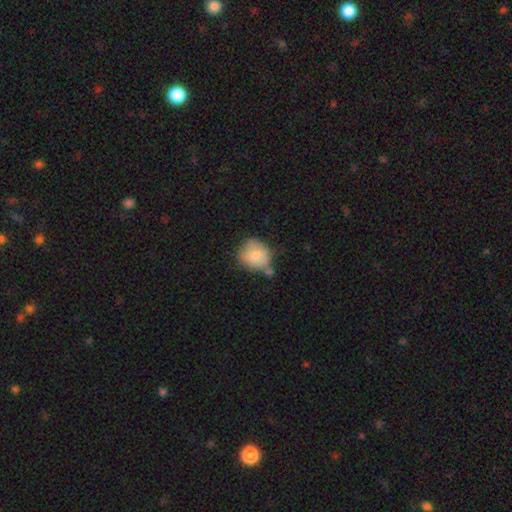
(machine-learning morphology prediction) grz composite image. It shows a smooth galaxy with no disk features (80%) that is round (71%). Merging: none (46%).